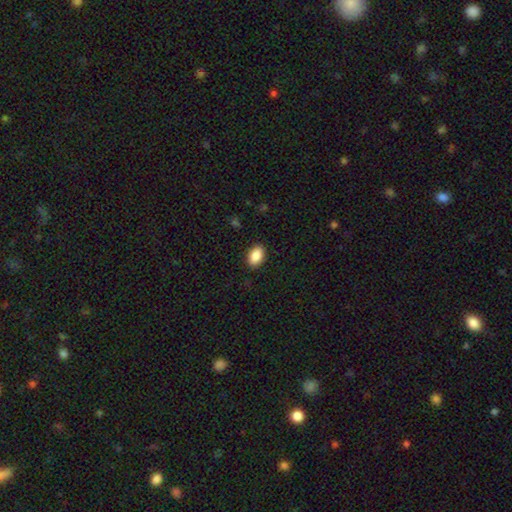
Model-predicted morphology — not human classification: smooth 88%, star or artifact 7%, featured or disk 5%. Down the decision tree: how rounded — in between (89%); merging — none (89%).